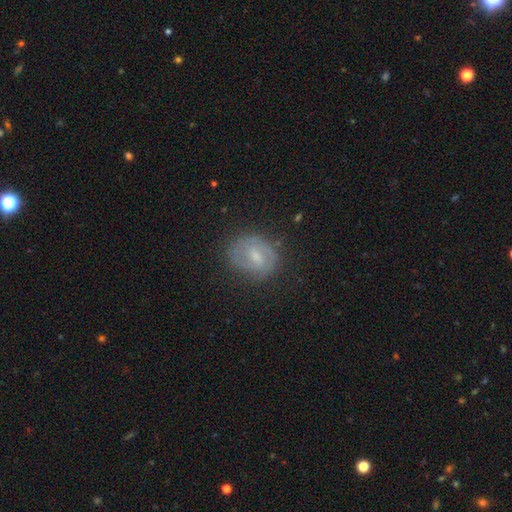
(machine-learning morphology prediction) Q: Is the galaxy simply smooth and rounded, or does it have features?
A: featured or disk — 59%.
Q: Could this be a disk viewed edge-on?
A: no — 97%.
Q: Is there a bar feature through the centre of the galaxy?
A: weak — 57%.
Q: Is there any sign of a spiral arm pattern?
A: yes — 74%.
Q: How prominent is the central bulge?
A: small — 47%.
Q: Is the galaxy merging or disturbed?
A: none — 71%.